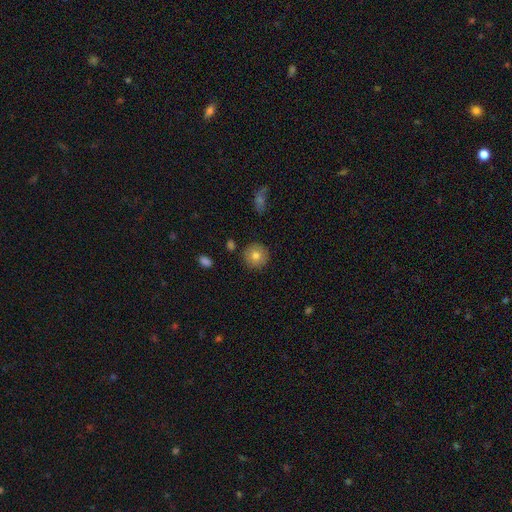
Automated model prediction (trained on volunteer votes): This is likely a smooth galaxy (78%). How rounded: clearly round (94%). Merging: clearly none (89%).